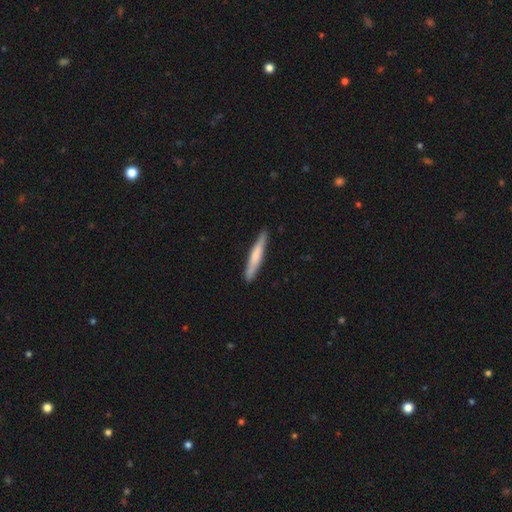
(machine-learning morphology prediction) Smooth or featured: smooth — 60% (featured or disk — 35%)
How rounded: cigar-shaped — 95% (in between — 4%)
Merging: none — 89% (minor disturbance — 8%)